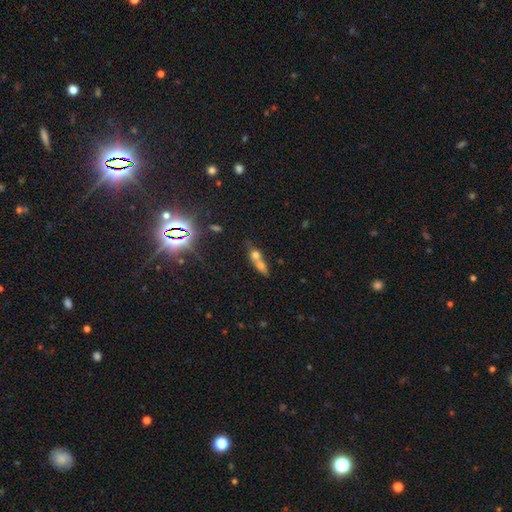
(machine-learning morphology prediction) Smooth or featured: smooth — 60% (featured or disk — 24%)
How rounded: in between — 43% (round — 38%)
Merging: merger — 68% (none — 20%)